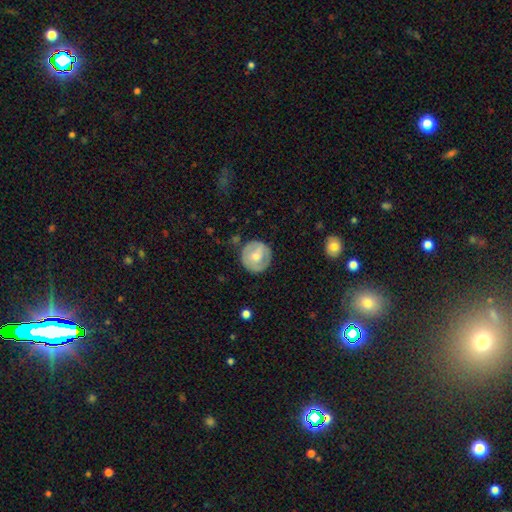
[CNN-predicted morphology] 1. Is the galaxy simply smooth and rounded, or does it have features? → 50% smooth, 44% featured or disk, 6% star or artifact.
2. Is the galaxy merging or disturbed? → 79% none, 15% minor disturbance, 4% major disturbance, 2% merger.